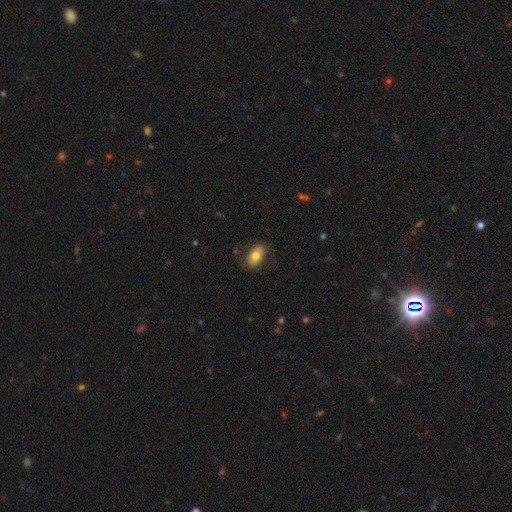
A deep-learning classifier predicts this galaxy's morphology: A smooth galaxy with no disk features (77%) that is in between round and cigar-shaped (92%). Merging: none (82%).